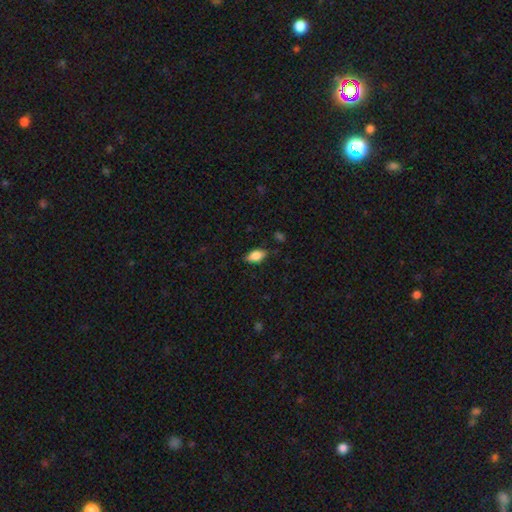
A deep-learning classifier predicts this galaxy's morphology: Smooth or featured? smooth (81%)
How rounded? in between (89%)
Merging? none (79%)